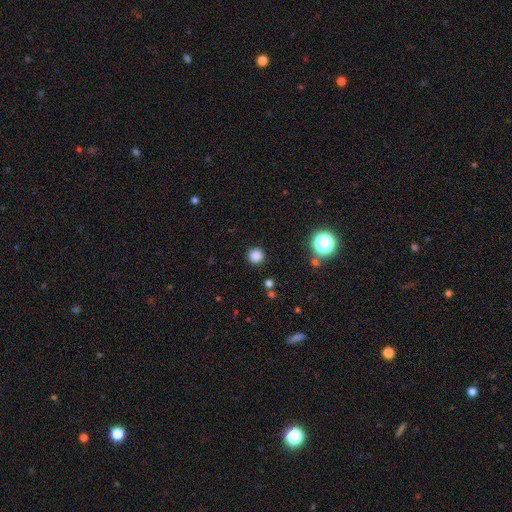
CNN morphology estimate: A smooth galaxy with no disk features (82%) that is round (95%). Merging: none (90%).